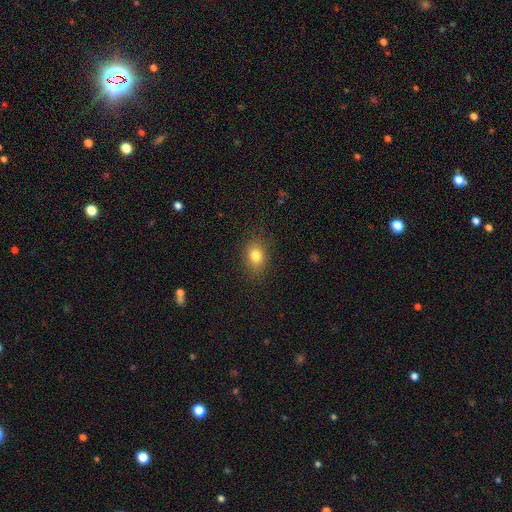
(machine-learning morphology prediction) Overall: smooth (80%). How rounded: in between (59%; round 40%). Merging: none (84%).